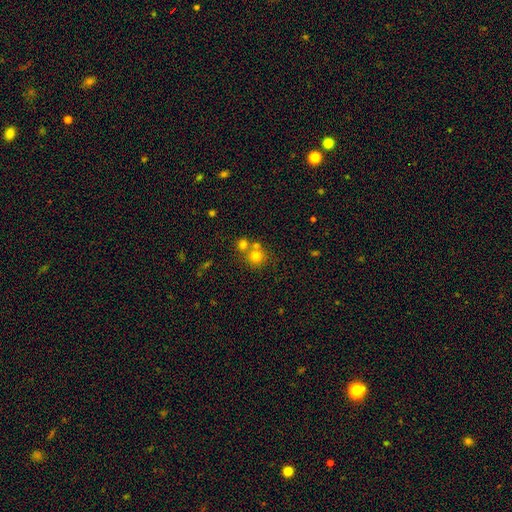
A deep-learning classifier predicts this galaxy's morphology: Smooth or featured? Predicted: smooth (p=0.69). How rounded? Predicted: round (p=0.89). Merging? Predicted: none (p=0.56).